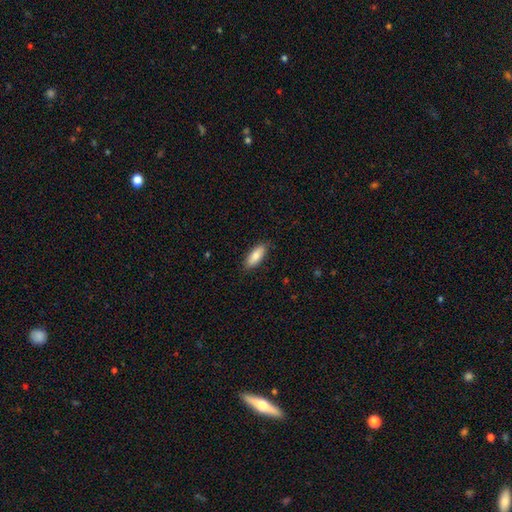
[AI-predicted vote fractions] Smooth or featured? smooth (83%)
How rounded? in between (75%)
Merging? none (85%)